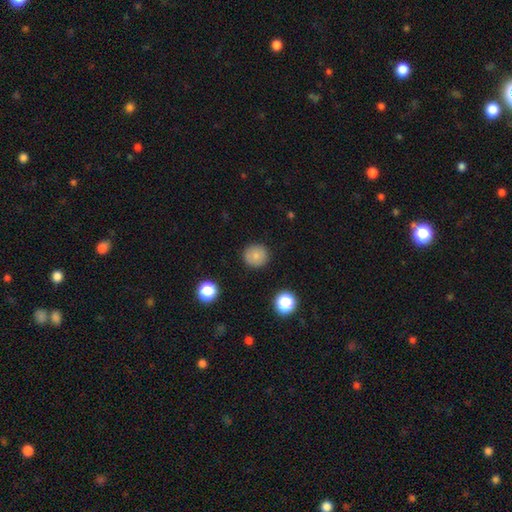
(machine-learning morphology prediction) Smooth or featured?
  - smooth: 80% *
  - star or artifact: 11%
  - featured or disk: 9%
How rounded?
  - round: 93% *
  - in between: 6%
  - cigar-shaped: 1%
Merging?
  - none: 90% *
  - minor disturbance: 7%
  - major disturbance: 2%
  - merger: 1%